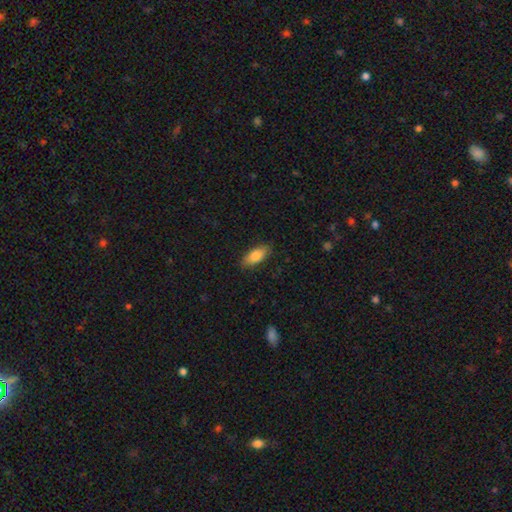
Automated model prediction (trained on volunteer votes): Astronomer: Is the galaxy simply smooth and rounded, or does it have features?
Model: smooth — 83%.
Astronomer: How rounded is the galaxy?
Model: in between — 83%.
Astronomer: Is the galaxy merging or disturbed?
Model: none — 86%.